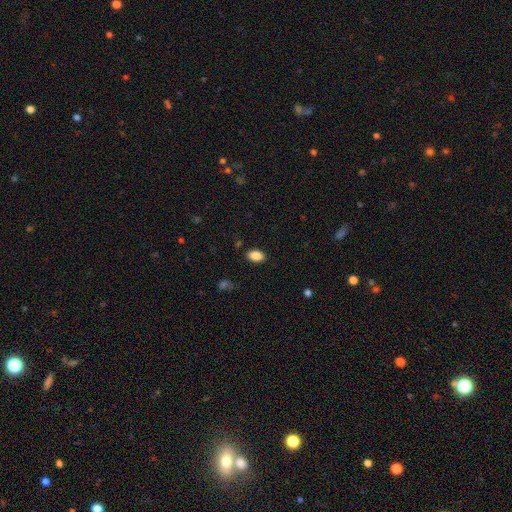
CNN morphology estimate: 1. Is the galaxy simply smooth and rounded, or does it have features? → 87% smooth, 8% star or artifact, 4% featured or disk.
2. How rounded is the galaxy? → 91% in between, 7% round, 2% cigar-shaped.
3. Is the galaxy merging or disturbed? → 87% none, 10% minor disturbance, 3% major disturbance, 1% merger.